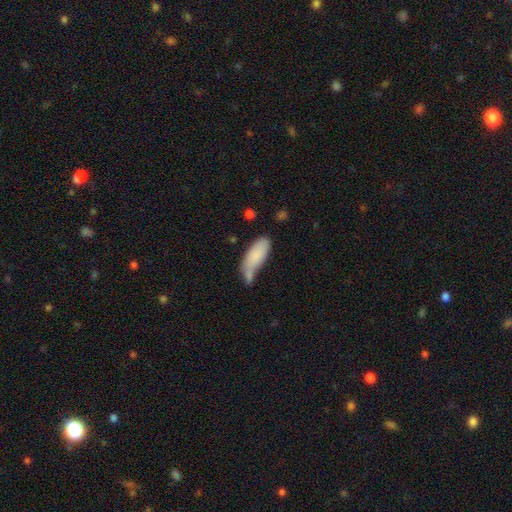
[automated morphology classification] This appears to be a smooth galaxy with no disk features (81%) that is in between round and cigar-shaped (77%). Merging: none (37%).